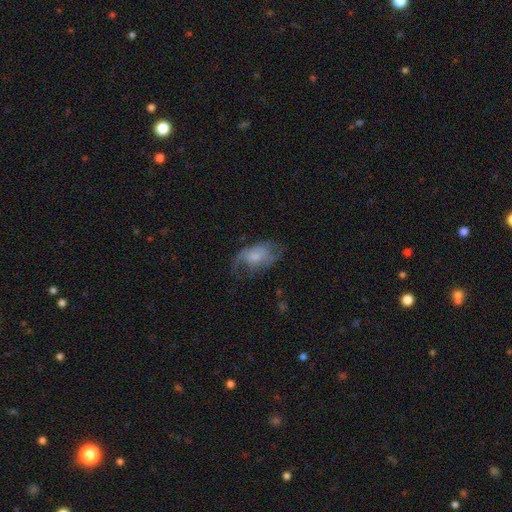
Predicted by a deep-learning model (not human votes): smooth_or_featured: featured or disk (p=0.53) [alt: smooth p=0.40]
disk_edge_on: no (p=0.95) [alt: yes p=0.05]
bar: no (p=0.66) [alt: weak p=0.30]
has_spiral_arms: yes (p=0.75) [alt: no p=0.25]
bulge_size: moderate (p=0.37) [alt: small p=0.34]
merging: none (p=0.44) [alt: major disturbance p=0.28]